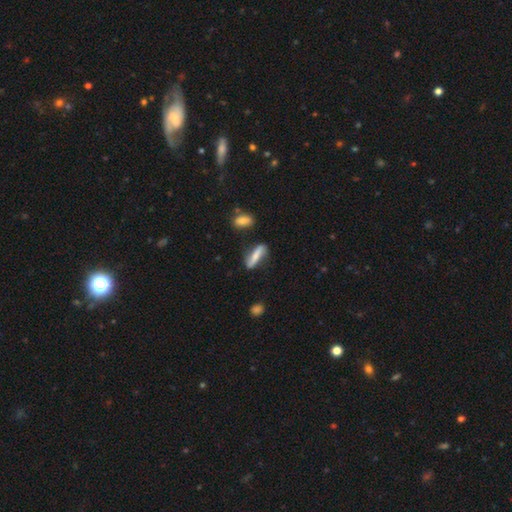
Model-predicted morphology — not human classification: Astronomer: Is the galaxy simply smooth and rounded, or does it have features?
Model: smooth — 52% (runner-up: featured or disk, 40%).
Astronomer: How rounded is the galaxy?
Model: cigar-shaped — 63%.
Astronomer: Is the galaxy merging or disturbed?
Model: none — 72%.